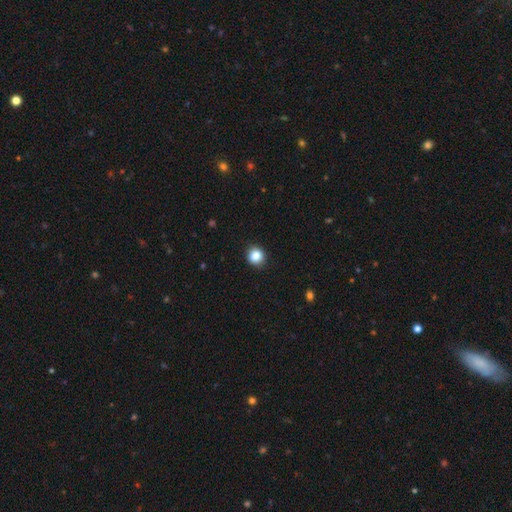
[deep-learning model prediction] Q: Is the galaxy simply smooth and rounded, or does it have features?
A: smooth — 85%.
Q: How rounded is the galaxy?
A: round — 85%.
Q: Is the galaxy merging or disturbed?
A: none — 91%.